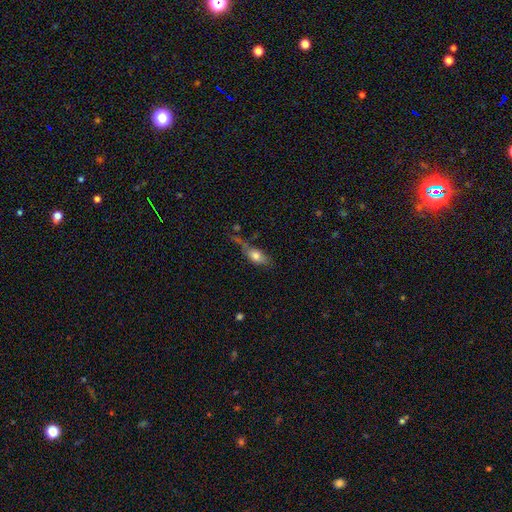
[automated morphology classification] smooth_or_featured: smooth (p=0.67) [alt: featured or disk p=0.24]
how_rounded: in between (p=0.72) [alt: cigar-shaped p=0.20]
merging: none (p=0.33) [alt: minor disturbance p=0.26]